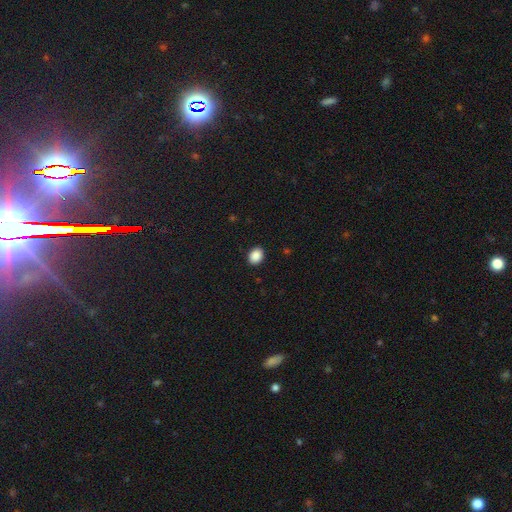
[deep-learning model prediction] smooth 89%, star or artifact 8%, featured or disk 3%. Down the decision tree: how rounded — in between (55%); merging — none (91%).